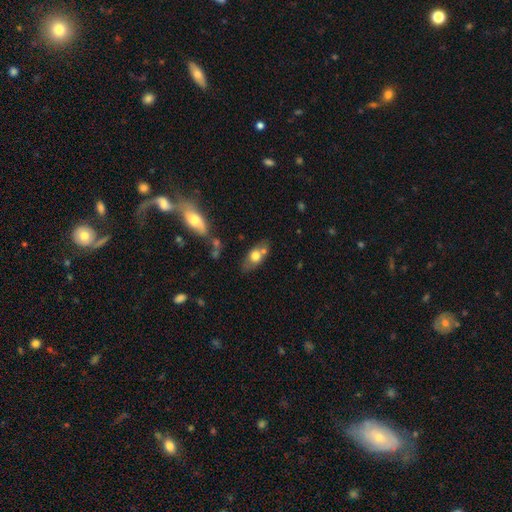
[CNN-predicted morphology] Smooth or featured?
  - smooth: 65% *
  - featured or disk: 27%
  - star or artifact: 8%
How rounded?
  - in between: 78% *
  - round: 14%
  - cigar-shaped: 8%
Merging?
  - none: 54% *
  - merger: 24%
  - minor disturbance: 16%
  - major disturbance: 6%